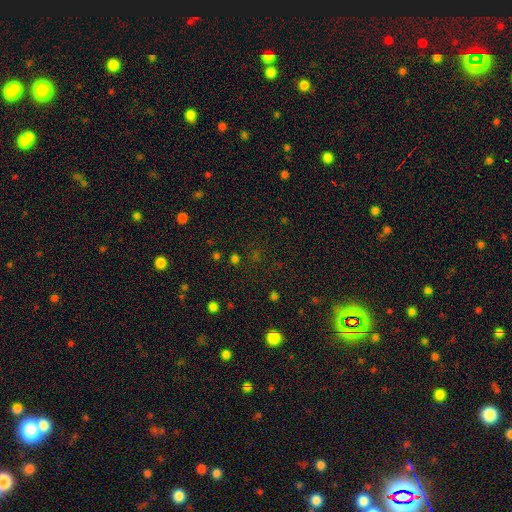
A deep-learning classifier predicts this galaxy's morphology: star or artifact 70%, smooth 21%, featured or disk 10%.